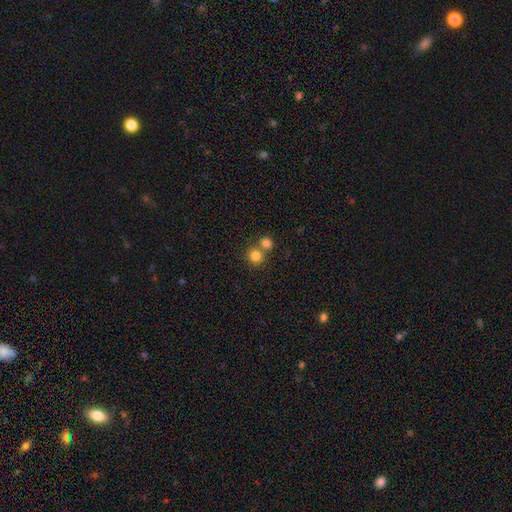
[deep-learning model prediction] smooth_or_featured: smooth (p=0.81) [alt: star or artifact p=0.12]
how_rounded: round (p=0.87) [alt: in between p=0.12]
merging: none (p=0.55) [alt: merger p=0.36]